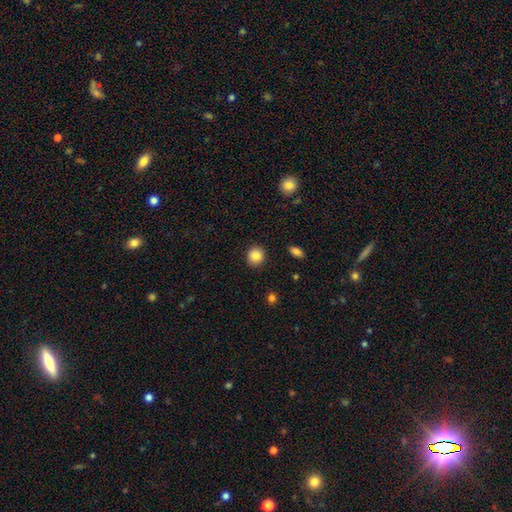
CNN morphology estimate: Smooth or featured? smooth (87%)
How rounded? round (87%)
Merging? none (90%)